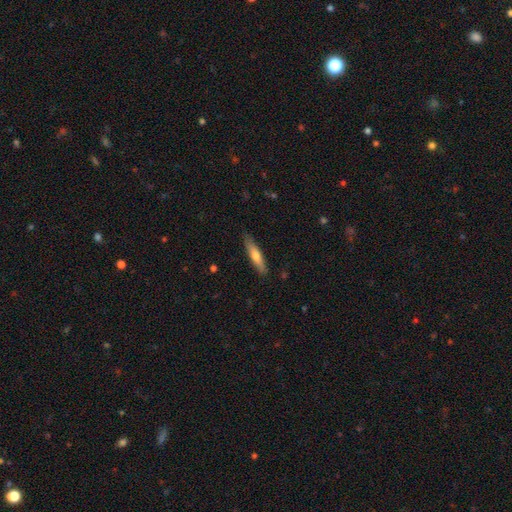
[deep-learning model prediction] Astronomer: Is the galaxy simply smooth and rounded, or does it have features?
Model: smooth — 60% (runner-up: featured or disk, 35%).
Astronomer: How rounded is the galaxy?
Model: cigar-shaped — 85%.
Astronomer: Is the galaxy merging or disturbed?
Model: none — 86%.